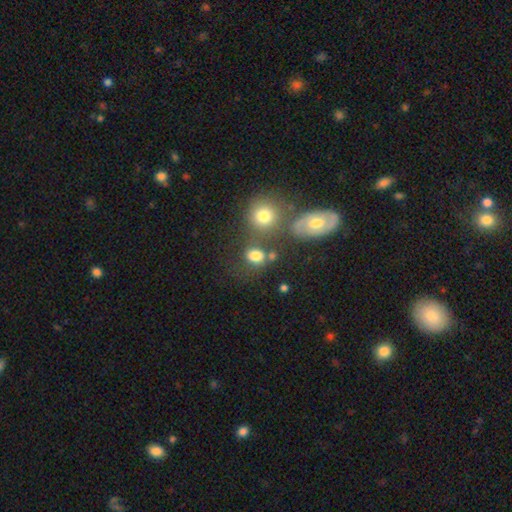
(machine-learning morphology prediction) Smooth or featured? Predicted: smooth (p=0.75). How rounded? Predicted: in between (p=0.51). Merging? Predicted: none (p=0.55).